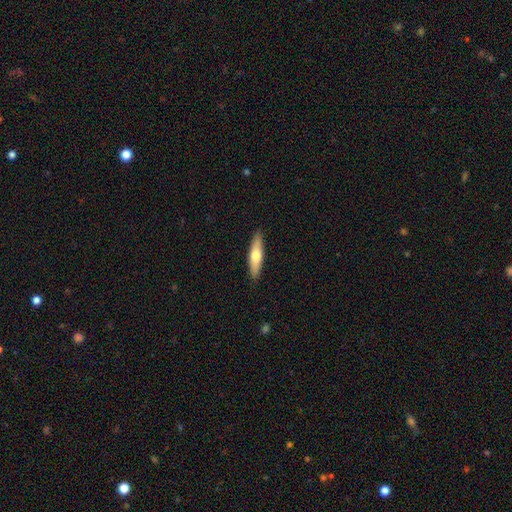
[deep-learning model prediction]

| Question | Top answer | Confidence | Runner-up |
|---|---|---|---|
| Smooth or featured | smooth | 58% | featured or disk (36%) |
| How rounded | cigar-shaped | 73% | in between (25%) |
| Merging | none | 90% | minor disturbance (7%) |